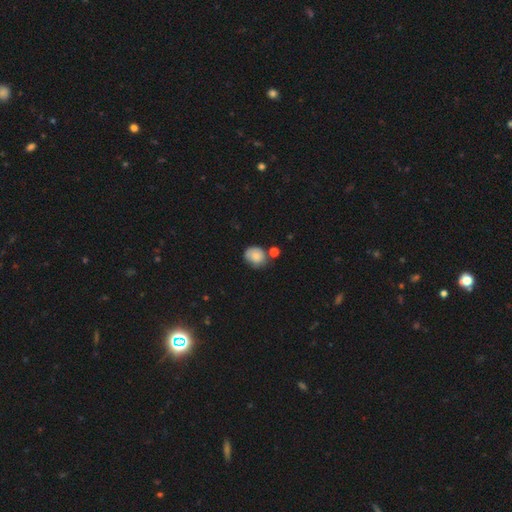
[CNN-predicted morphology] type=smooth (81%); roundness=round (67%); merging=none (57%).